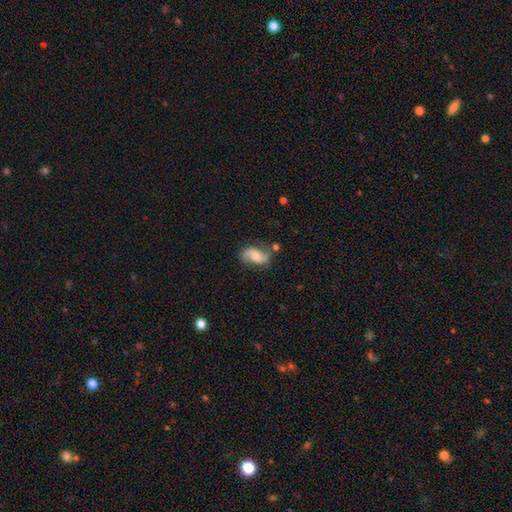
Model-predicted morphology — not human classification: This is likely a featured or disk galaxy (76%). It is clearly not viewed edge-on (97%). Bar: possibly no (53%). Spiral arm pattern: clearly yes (95%). Spiral arm count: clearly 2 (91%). Spiral winding: possibly loose (58%). Central bulge: possibly moderate (59%). Merging: likely none (70%).